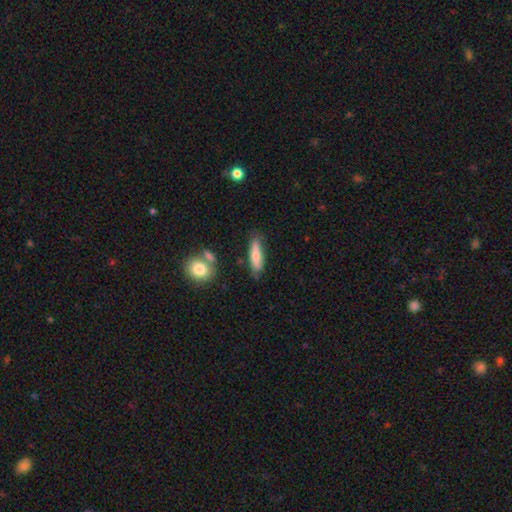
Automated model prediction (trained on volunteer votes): This is likely a smooth galaxy (74%). How rounded: likely cigar-shaped (68%). Merging: likely none (73%).